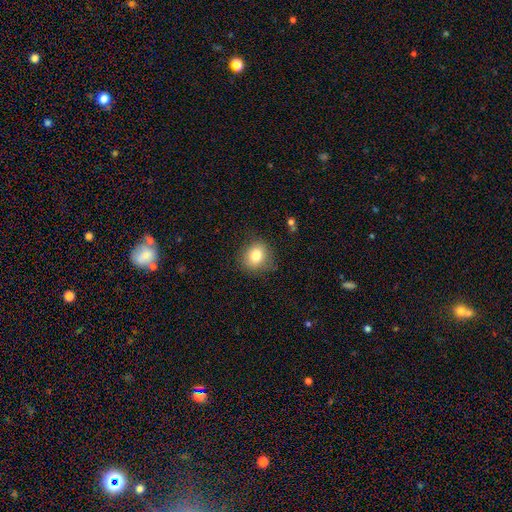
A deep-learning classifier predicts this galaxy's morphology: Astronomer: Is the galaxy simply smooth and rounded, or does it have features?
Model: smooth — 80%.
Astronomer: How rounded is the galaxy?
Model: round — 73%.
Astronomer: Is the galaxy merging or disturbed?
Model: none — 82%.